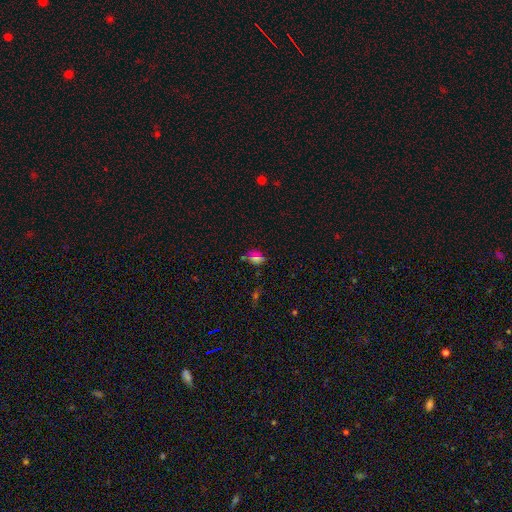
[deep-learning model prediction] Smooth or featured?
  - smooth: 52% *
  - star or artifact: 36%
  - featured or disk: 11%
How rounded?
  - in between: 67% *
  - round: 28%
  - cigar-shaped: 4%
Merging?
  - none: 72% *
  - minor disturbance: 17%
  - major disturbance: 7%
  - merger: 4%